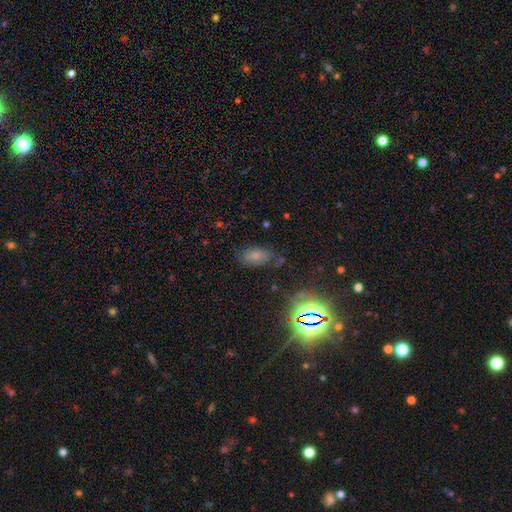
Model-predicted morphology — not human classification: Smooth or featured? smooth (63%)
How rounded? in between (90%)
Merging? none (67%)